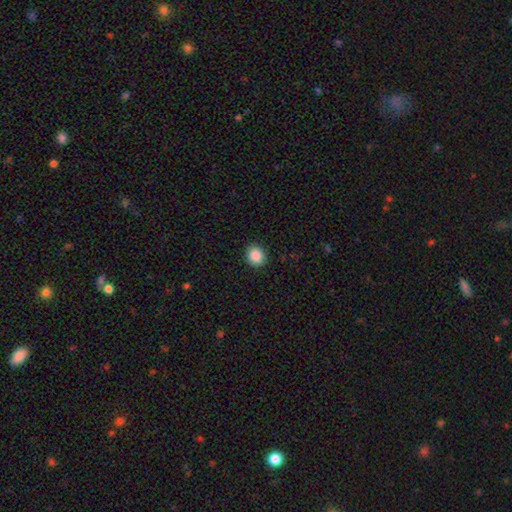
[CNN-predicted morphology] The model was most divided on "how rounded": round: 73%, in between: 26%, cigar-shaped: 1%. More confident: merging — none (90%); smooth or featured — smooth (89%).